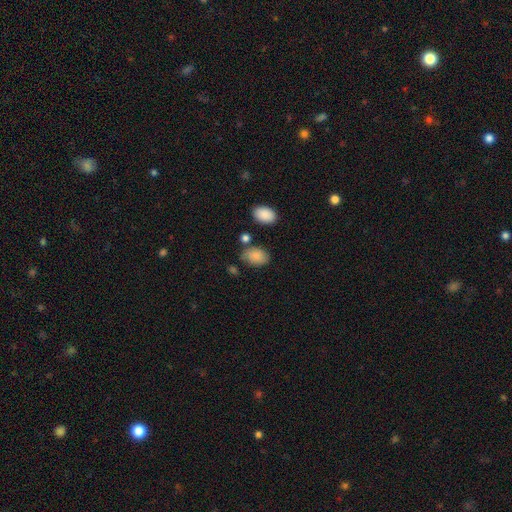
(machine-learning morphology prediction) smooth 81%, featured or disk 11%, star or artifact 8%. Down the decision tree: how rounded — in between (83%); merging — none (65%).